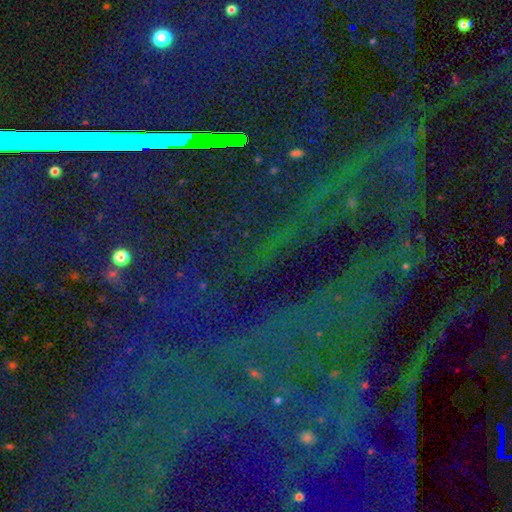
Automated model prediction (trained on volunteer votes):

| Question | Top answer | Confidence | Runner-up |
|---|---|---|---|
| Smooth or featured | star or artifact | 85% | featured or disk (8%) |